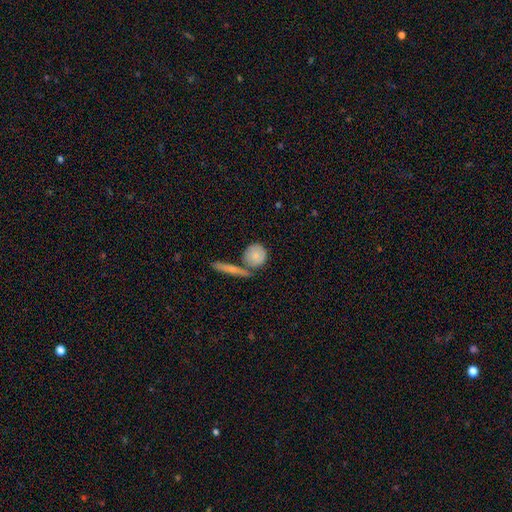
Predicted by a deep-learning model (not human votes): Smooth or featured? smooth (73%)
How rounded? round (83%)
Merging? none (61%)